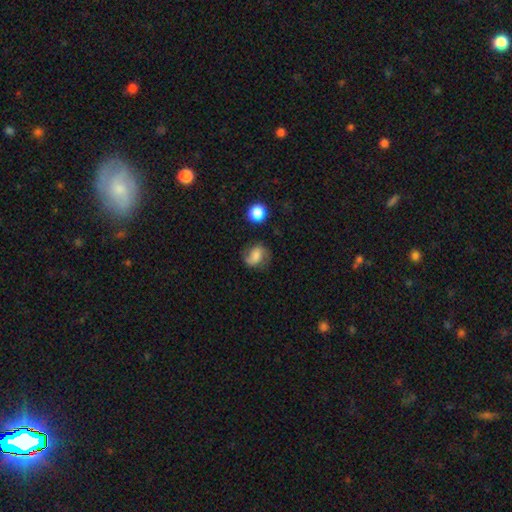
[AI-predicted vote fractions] A smooth galaxy with no disk features (49%).

Vote fractions:
- Smooth or featured? smooth: 49% / featured or disk: 40% / star or artifact: 11%
- Merging? none: 63% / minor disturbance: 23% / major disturbance: 10% / merger: 3%